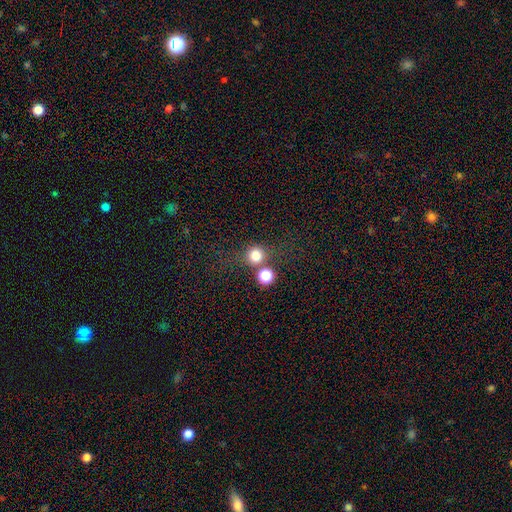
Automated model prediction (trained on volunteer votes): smooth_or_featured: smooth (p=0.75) [alt: star or artifact p=0.16]
how_rounded: round (p=0.88) [alt: in between p=0.11]
merging: none (p=0.66) [alt: merger p=0.18]